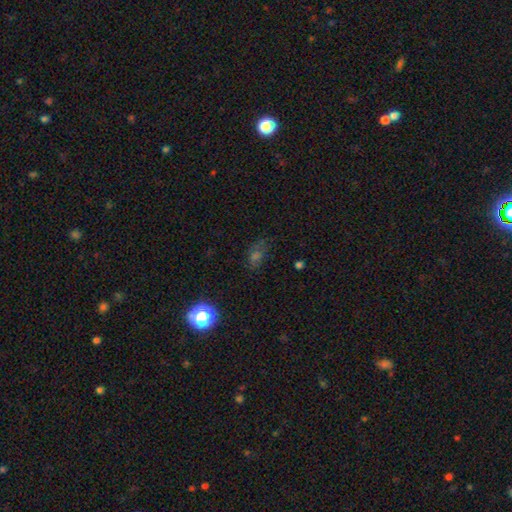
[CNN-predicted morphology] type=smooth (45%); merging=none (66%).